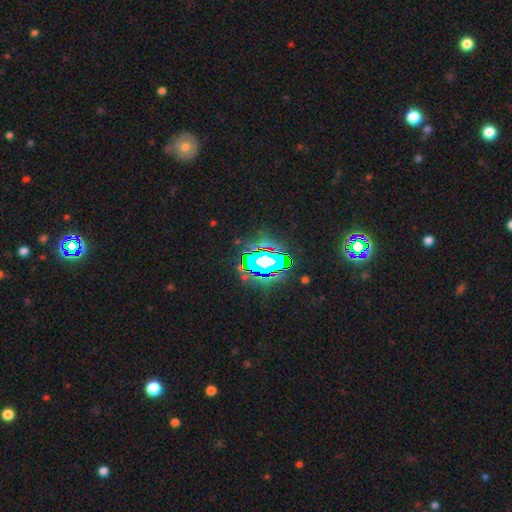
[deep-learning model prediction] Smooth or featured?
  - star or artifact: 76% *
  - featured or disk: 12%
  - smooth: 12%